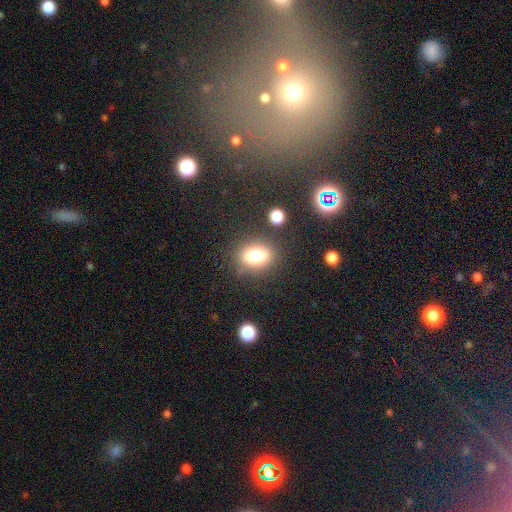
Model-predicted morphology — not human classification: smooth-or-featured: smooth: 78% | star or artifact: 11% | featured or disk: 11%
  how-rounded: in between: 67% | round: 31% | cigar-shaped: 2%
  merging: none: 80% | minor disturbance: 12% | major disturbance: 4% | merger: 4%